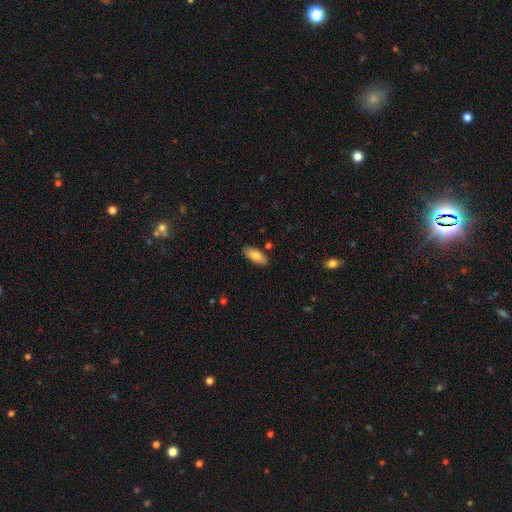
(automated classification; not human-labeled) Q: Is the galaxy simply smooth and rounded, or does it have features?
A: smooth — 80%.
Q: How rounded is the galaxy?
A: in between — 84%.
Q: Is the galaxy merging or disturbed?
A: none — 84%.